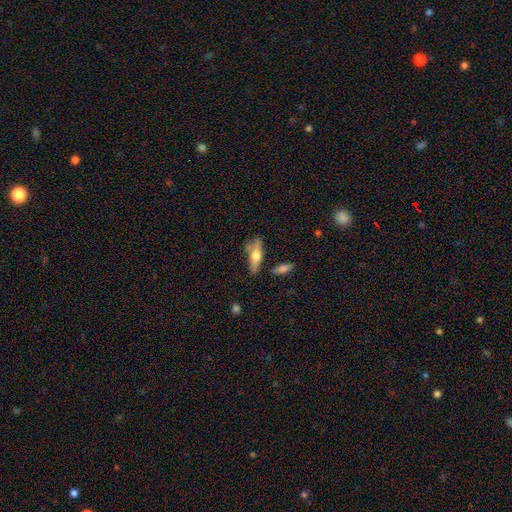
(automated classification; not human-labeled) Smooth or featured: smooth — 58% (featured or disk — 35%)
How rounded: in between — 55% (cigar-shaped — 41%)
Merging: none — 59% (minor disturbance — 23%)